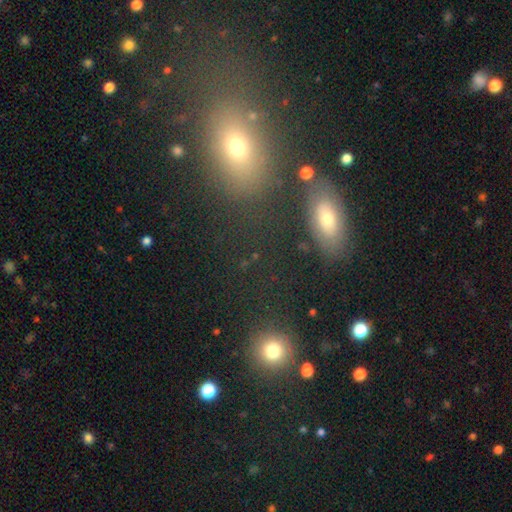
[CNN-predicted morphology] The model was most divided on "how rounded": in between: 59%, round: 36%, cigar-shaped: 5%. More confident: merging — none (72%); smooth or featured — smooth (60%).